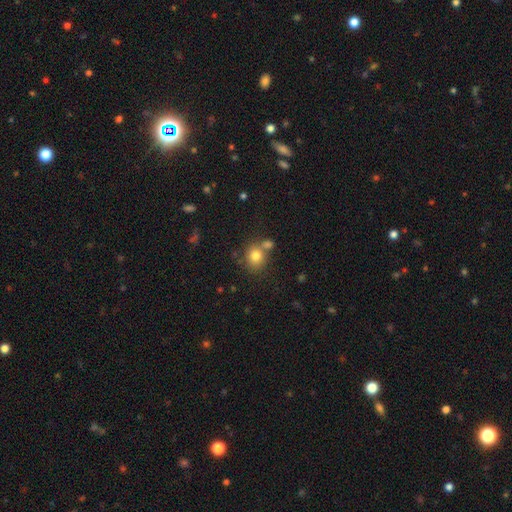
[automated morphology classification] A smooth galaxy with no disk features (79%) that is round (76%). Merging: none (60%).